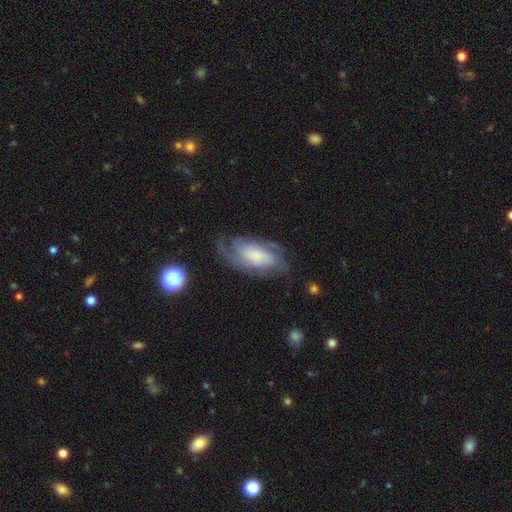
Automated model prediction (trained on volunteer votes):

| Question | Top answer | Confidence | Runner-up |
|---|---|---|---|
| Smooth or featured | featured or disk | 76% | smooth (17%) |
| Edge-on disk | no | 95% | yes (5%) |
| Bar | no | 65% | weak (29%) |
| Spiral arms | yes | 94% | no (6%) |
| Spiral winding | tight | 48% | medium (39%) |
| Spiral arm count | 2 | 35% | can't tell (29%) |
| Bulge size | large | 28% | small (23%) |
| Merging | none | 66% | minor disturbance (20%) |